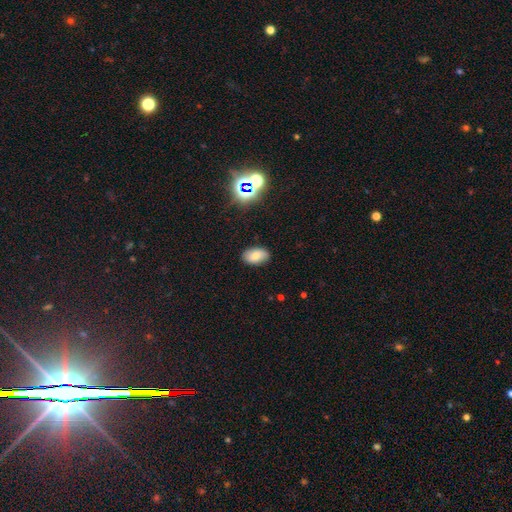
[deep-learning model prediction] The model was most divided on "smooth or featured": smooth: 74%, featured or disk: 13%, star or artifact: 13%. More confident: how rounded — in between (92%); merging — none (85%).